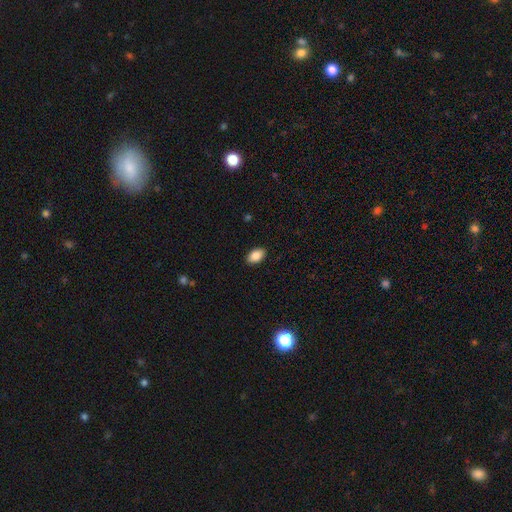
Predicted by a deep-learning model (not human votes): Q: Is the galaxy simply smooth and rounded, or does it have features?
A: smooth — 87%.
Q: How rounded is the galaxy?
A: in between — 92%.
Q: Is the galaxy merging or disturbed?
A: none — 90%.